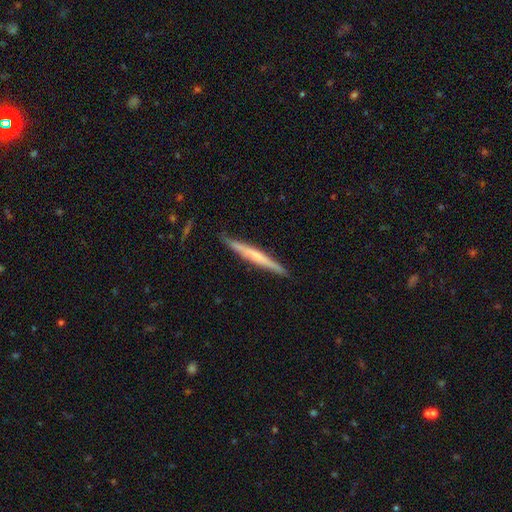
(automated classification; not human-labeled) A featured or disk galaxy (54%) viewed edge-on (97%) with no central bulge (60%).

Vote fractions:
- Smooth or featured? featured or disk: 54% / smooth: 41% / star or artifact: 5%
- Edge-on disk? yes: 97% / no: 3%
- Edge-on bulge? none: 60% / rounded: 27% / boxy: 12%
- Merging? none: 87% / minor disturbance: 10% / major disturbance: 2% / merger: 1%